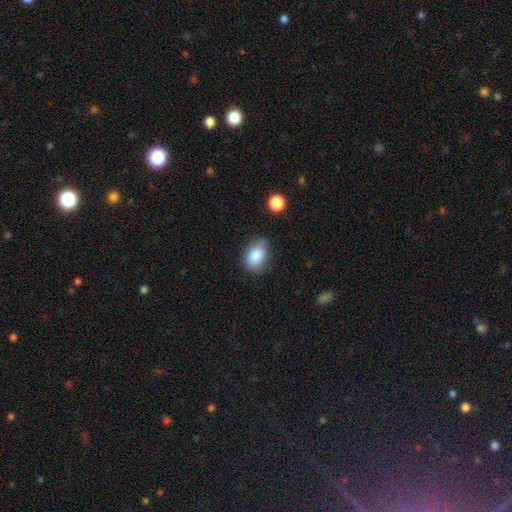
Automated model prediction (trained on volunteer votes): Smooth or featured: smooth — 85% (star or artifact — 8%)
How rounded: in between — 83% (round — 15%)
Merging: none — 66% (minor disturbance — 26%)